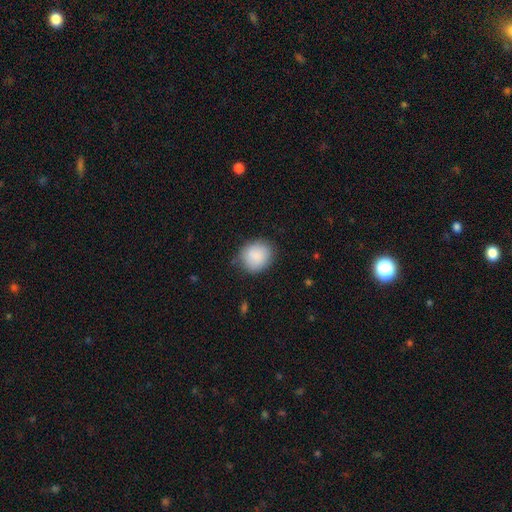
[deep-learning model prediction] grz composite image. It shows a smooth galaxy with no disk features (88%) that is round (71%). Merging: none (76%).